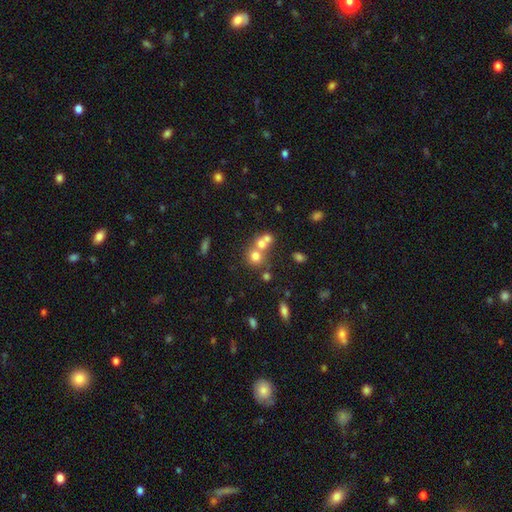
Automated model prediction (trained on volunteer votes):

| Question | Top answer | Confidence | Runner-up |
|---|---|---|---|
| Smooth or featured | smooth | 66% | featured or disk (18%) |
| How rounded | round | 80% | in between (19%) |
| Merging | merger | 52% | none (37%) |